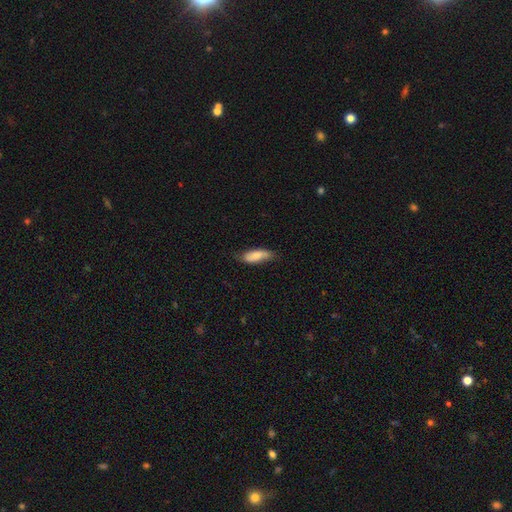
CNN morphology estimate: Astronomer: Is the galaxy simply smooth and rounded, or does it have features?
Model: smooth — 76%.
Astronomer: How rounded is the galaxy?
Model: in between — 67%.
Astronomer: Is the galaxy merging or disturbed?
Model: none — 66%.